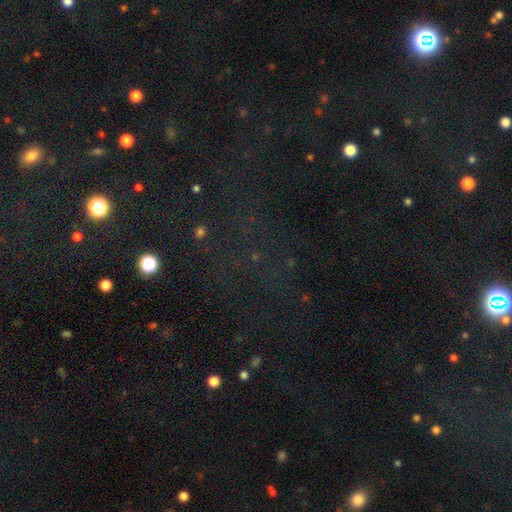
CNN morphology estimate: Smooth or featured? Predicted: star or artifact (p=0.69).